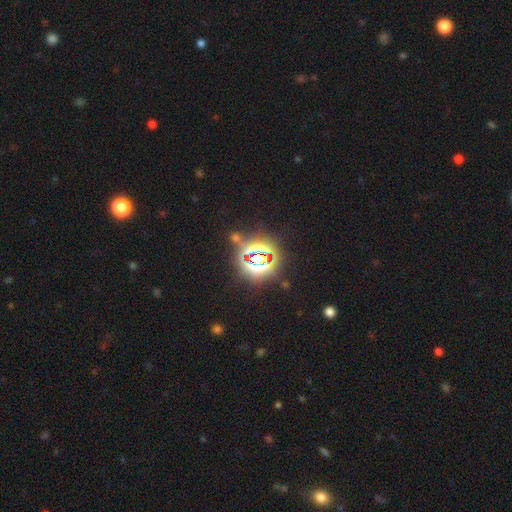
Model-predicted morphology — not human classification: This is clearly a star or artifact rather than a galaxy (81%).